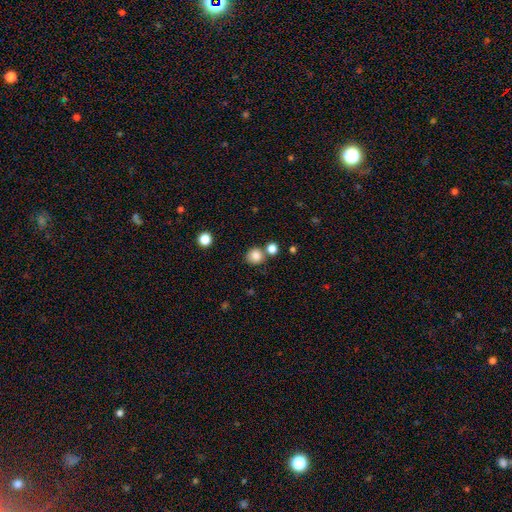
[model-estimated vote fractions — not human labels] smooth-or-featured: smooth: 84% | star or artifact: 11% | featured or disk: 5%
  how-rounded: round: 89% | in between: 10% | cigar-shaped: 1%
  merging: none: 72% | merger: 15% | minor disturbance: 9% | major disturbance: 3%